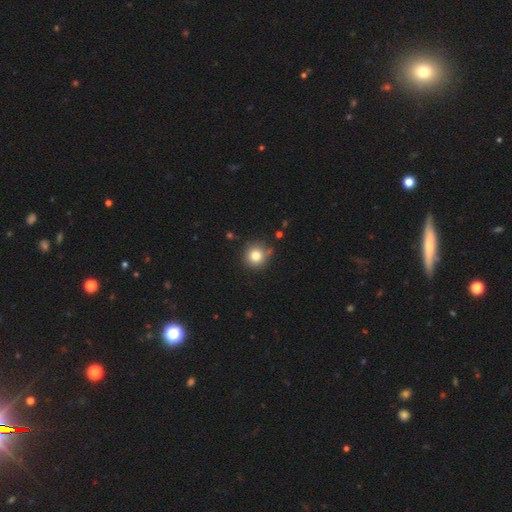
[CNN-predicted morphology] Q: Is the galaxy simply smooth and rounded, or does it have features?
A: smooth — 80%.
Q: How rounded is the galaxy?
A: round — 93%.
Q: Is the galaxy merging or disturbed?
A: none — 84%.